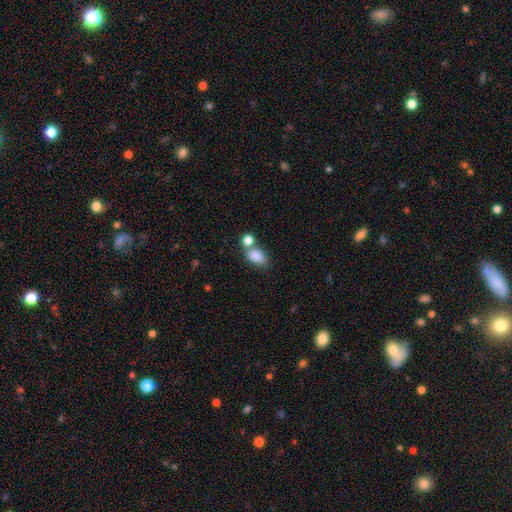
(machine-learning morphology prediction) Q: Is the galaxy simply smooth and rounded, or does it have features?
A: smooth — 85%.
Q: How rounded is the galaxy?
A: in between — 84%.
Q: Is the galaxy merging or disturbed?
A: none — 47%.